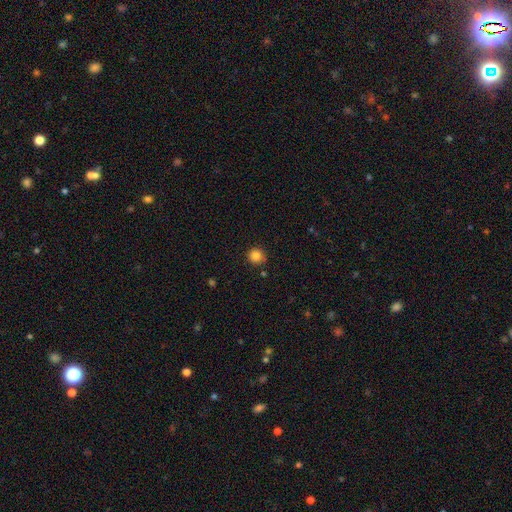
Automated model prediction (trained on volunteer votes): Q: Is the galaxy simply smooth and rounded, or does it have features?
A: smooth — 84%.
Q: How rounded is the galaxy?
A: round — 92%.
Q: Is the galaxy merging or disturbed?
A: none — 87%.